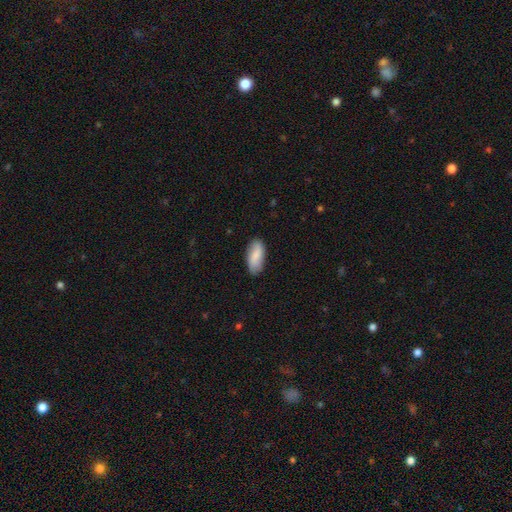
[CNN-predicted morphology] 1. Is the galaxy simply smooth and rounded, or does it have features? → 81% smooth, 14% featured or disk, 6% star or artifact.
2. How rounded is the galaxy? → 89% in between, 9% cigar-shaped, 2% round.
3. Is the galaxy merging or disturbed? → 84% none, 12% minor disturbance, 2% major disturbance, 1% merger.